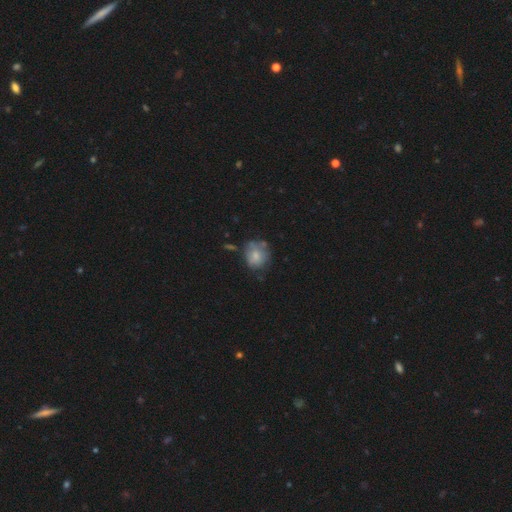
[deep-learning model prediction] Morphology: type=smooth (65%); roundness=round (70%); merging=none (50%).